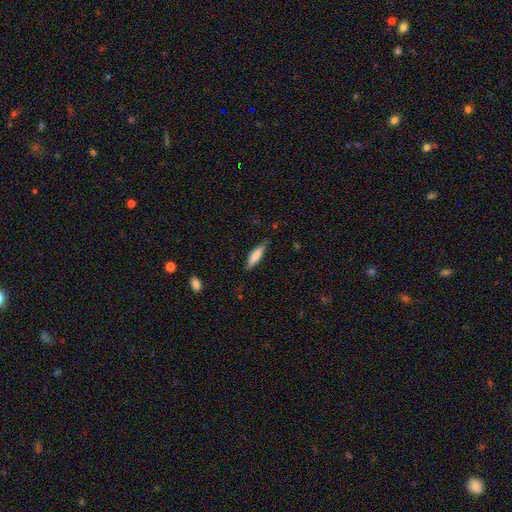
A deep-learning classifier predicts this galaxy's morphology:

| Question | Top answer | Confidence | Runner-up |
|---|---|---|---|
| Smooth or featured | smooth | 76% | featured or disk (18%) |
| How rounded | cigar-shaped | 61% | in between (37%) |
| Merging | none | 79% | minor disturbance (17%) |